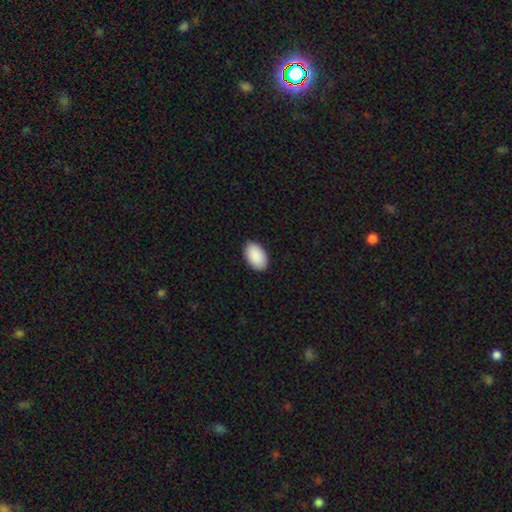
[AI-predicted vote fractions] Q: Smooth or featured?
A: smooth (92%); runner-up: star or artifact (6%)
Q: How rounded?
A: in between (94%); runner-up: round (5%)
Q: Merging?
A: none (89%); runner-up: minor disturbance (8%)